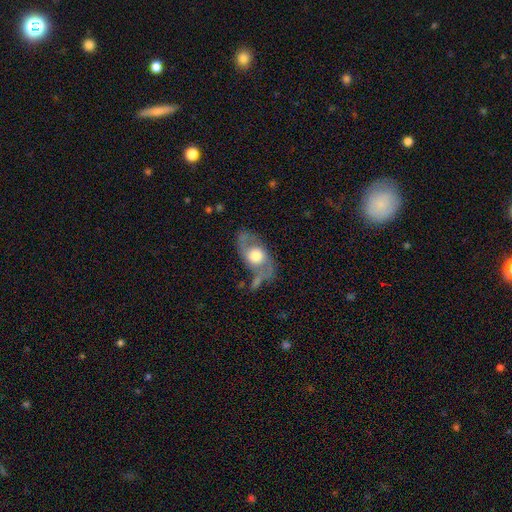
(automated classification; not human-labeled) Q: Smooth or featured?
A: featured or disk (65%); runner-up: smooth (28%)
Q: Edge-on disk?
A: no (88%); runner-up: yes (12%)
Q: Bar?
A: no (75%); runner-up: weak (21%)
Q: Spiral arms?
A: yes (70%); runner-up: no (30%)
Q: Bulge size?
A: large (54%); runner-up: moderate (34%)
Q: Merging?
A: none (55%); runner-up: minor disturbance (22%)